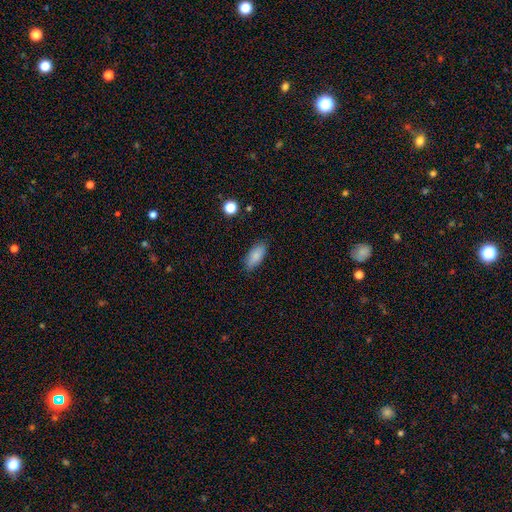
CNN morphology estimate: Smooth or featured?
  - smooth: 85% *
  - featured or disk: 8%
  - star or artifact: 7%
How rounded?
  - in between: 84% *
  - cigar-shaped: 14%
  - round: 2%
Merging?
  - none: 85% *
  - minor disturbance: 12%
  - major disturbance: 2%
  - merger: 1%